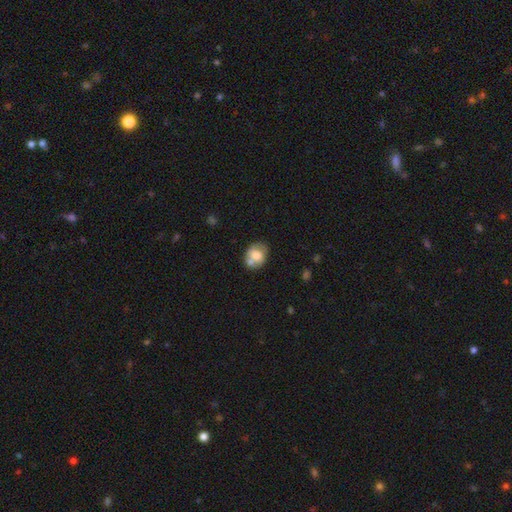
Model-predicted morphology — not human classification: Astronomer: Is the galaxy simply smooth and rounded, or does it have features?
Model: smooth — 61%.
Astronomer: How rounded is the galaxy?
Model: round — 50% (runner-up: in between, 49%).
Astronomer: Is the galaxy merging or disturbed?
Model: none — 41% (runner-up: merger, 32%).